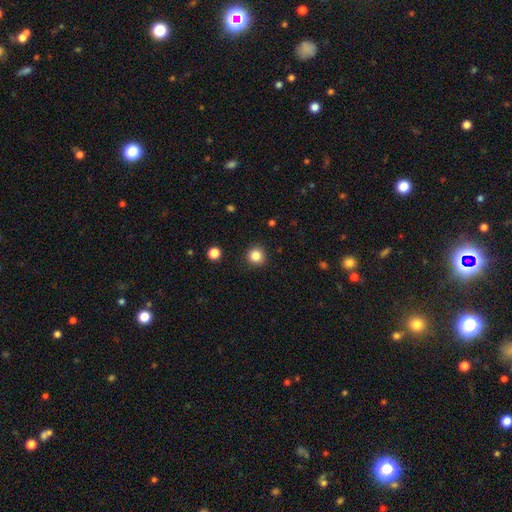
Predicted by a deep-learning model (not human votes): Smooth or featured? smooth (84%)
How rounded? round (93%)
Merging? none (91%)